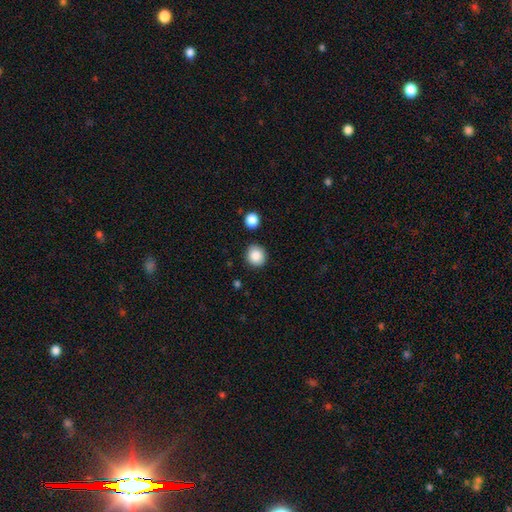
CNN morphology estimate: Smooth or featured: smooth — 88% (star or artifact — 9%)
How rounded: round — 86% (in between — 14%)
Merging: none — 87% (minor disturbance — 8%)